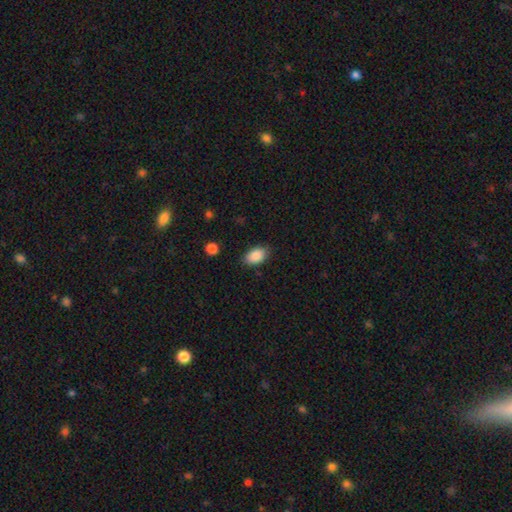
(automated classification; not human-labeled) Smooth or featured? Predicted: smooth (p=0.88). How rounded? Predicted: in between (p=0.91). Merging? Predicted: none (p=0.85).